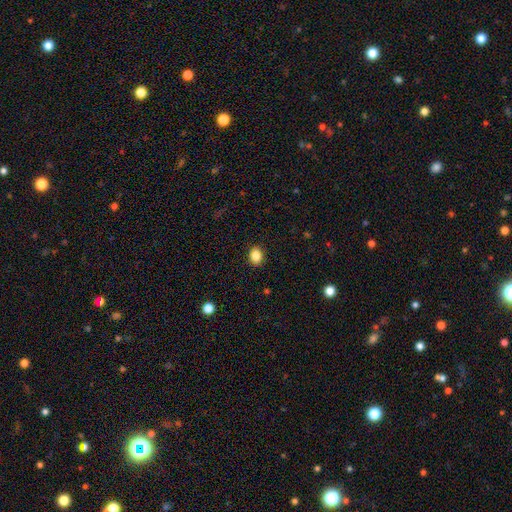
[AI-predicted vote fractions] Overall: smooth (87%). How rounded: in between (56%; round 43%). Merging: none (90%).